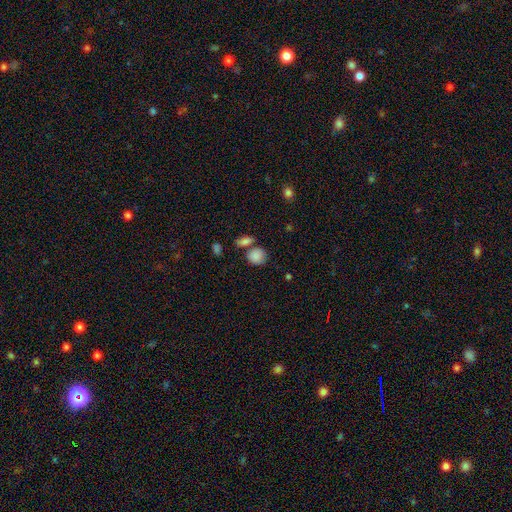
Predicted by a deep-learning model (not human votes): smooth_or_featured: smooth (p=0.86) [alt: star or artifact p=0.08]
how_rounded: round (p=0.74) [alt: in between p=0.25]
merging: none (p=0.59) [alt: merger p=0.22]